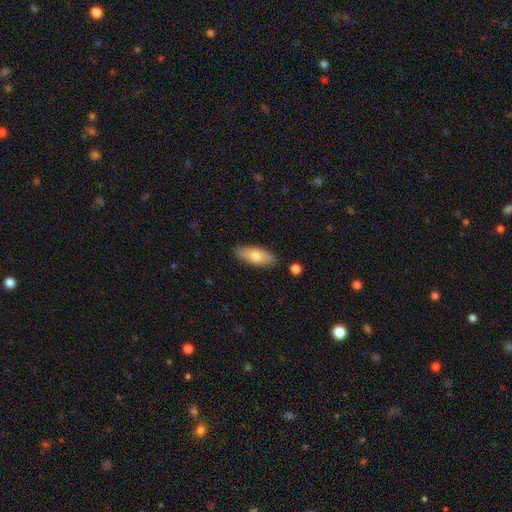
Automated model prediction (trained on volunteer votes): smooth-or-featured: smooth: 74% | featured or disk: 20% | star or artifact: 6%
  how-rounded: in between: 76% | cigar-shaped: 22% | round: 2%
  merging: none: 85% | minor disturbance: 10% | merger: 2% | major disturbance: 2%